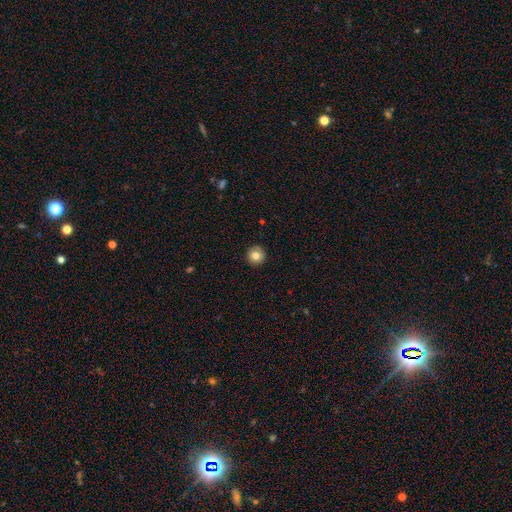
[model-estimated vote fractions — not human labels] Q: Smooth or featured?
A: smooth (82%); runner-up: star or artifact (9%)
Q: How rounded?
A: round (95%); runner-up: in between (4%)
Q: Merging?
A: none (91%); runner-up: minor disturbance (6%)